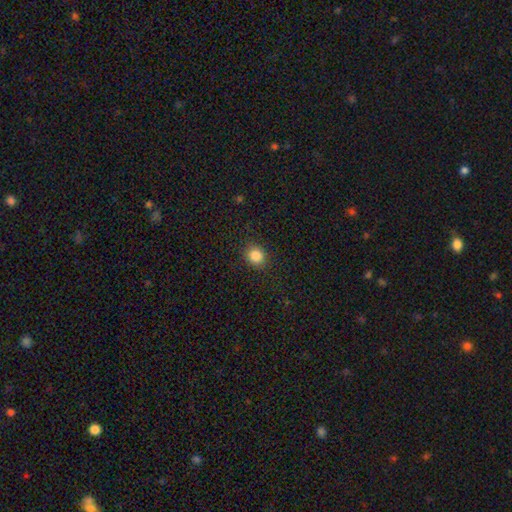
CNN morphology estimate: smooth-or-featured: smooth: 85% | star or artifact: 10% | featured or disk: 4%
  how-rounded: round: 77% | in between: 22% | cigar-shaped: 1%
  merging: none: 89% | minor disturbance: 8% | major disturbance: 3% | merger: 1%